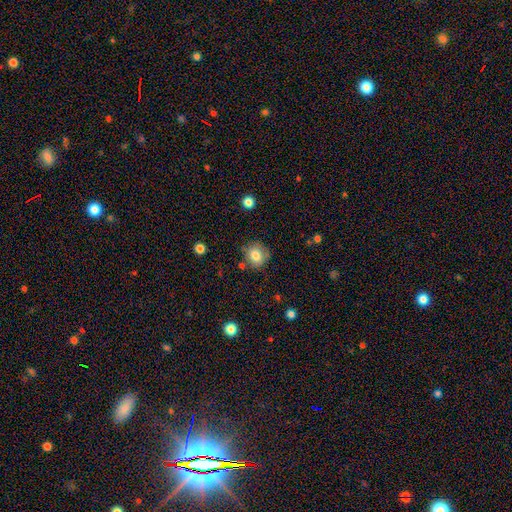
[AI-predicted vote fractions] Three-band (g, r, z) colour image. It shows a smooth galaxy with no disk features (80%) that is round (84%). Merging: none (78%).